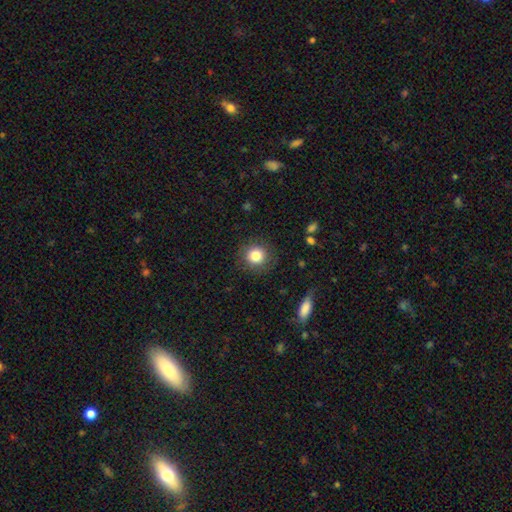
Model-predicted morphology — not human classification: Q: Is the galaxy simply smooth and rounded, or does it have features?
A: smooth — 82%.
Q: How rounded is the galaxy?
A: round — 92%.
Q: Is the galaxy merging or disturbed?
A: none — 87%.